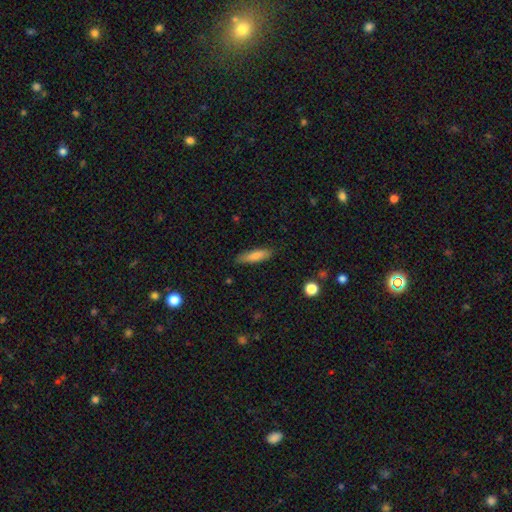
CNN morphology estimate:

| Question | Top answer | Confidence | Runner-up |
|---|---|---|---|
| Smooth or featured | smooth | 80% | featured or disk (13%) |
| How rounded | cigar-shaped | 66% | in between (33%) |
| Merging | none | 84% | minor disturbance (13%) |